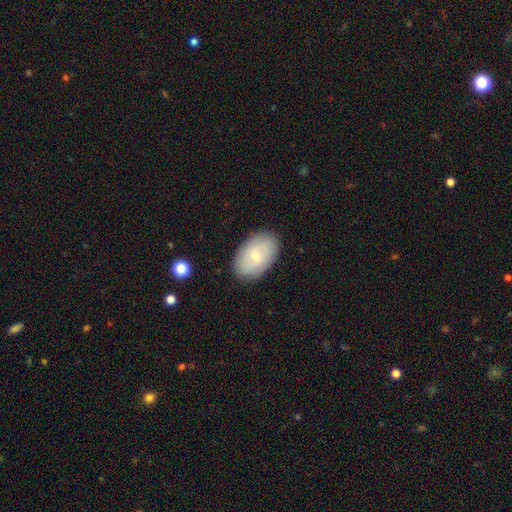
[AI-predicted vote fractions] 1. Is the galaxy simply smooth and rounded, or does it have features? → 57% smooth, 36% featured or disk, 7% star or artifact.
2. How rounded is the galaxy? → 91% in between, 8% round, 1% cigar-shaped.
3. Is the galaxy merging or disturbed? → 85% none, 11% minor disturbance, 3% major disturbance, 1% merger.